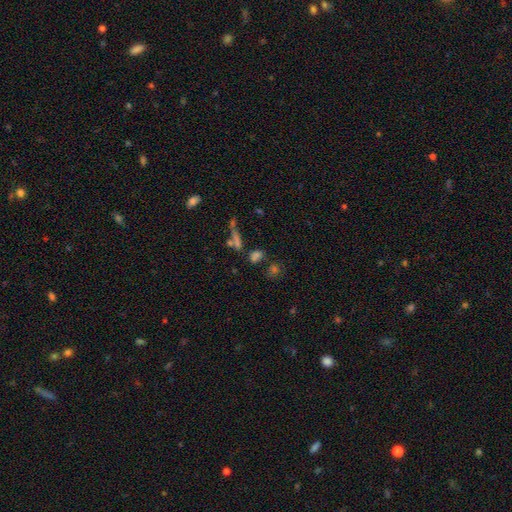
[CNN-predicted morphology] Smooth or featured? smooth (55%)
How rounded? in between (39%)
Merging? none (52%)